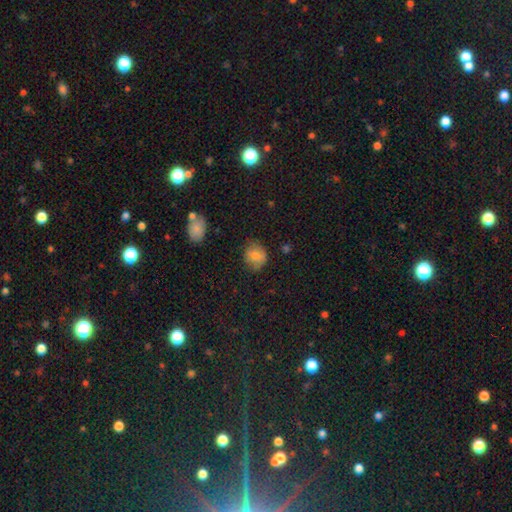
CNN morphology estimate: Smooth or featured? smooth (76%)
How rounded? round (69%)
Merging? none (67%)